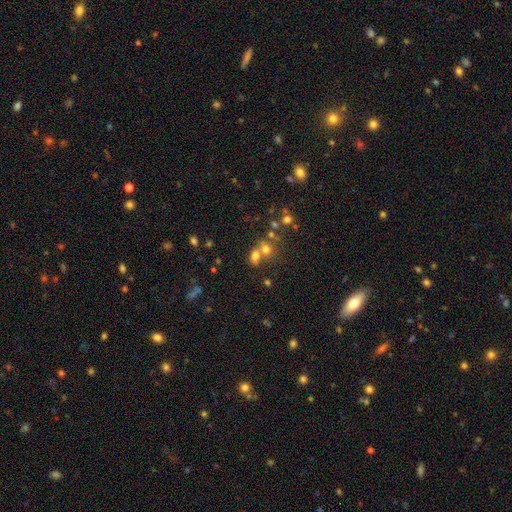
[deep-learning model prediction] Smooth or featured? Predicted: smooth (p=0.67). How rounded? Predicted: in between (p=0.55). Merging? Predicted: merger (p=0.53).